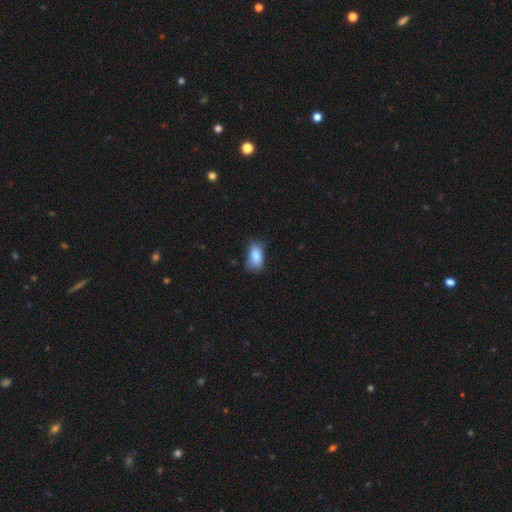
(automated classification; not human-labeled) smooth_or_featured: smooth (p=0.83) [alt: featured or disk p=0.09]
how_rounded: in between (p=0.89) [alt: round p=0.08]
merging: none (p=0.66) [alt: minor disturbance p=0.27]